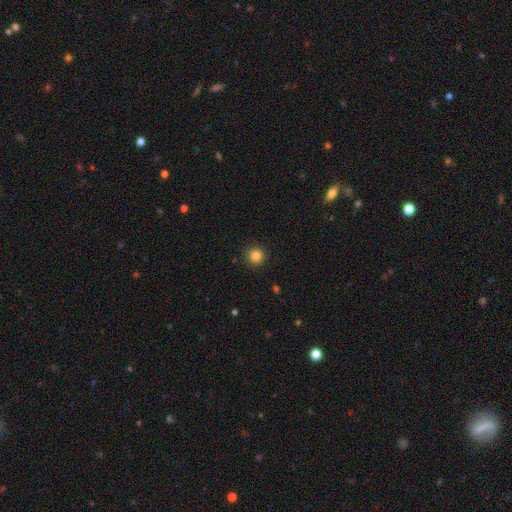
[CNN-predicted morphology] Smooth or featured? Predicted: smooth (p=0.84). How rounded? Predicted: round (p=0.95). Merging? Predicted: none (p=0.91).